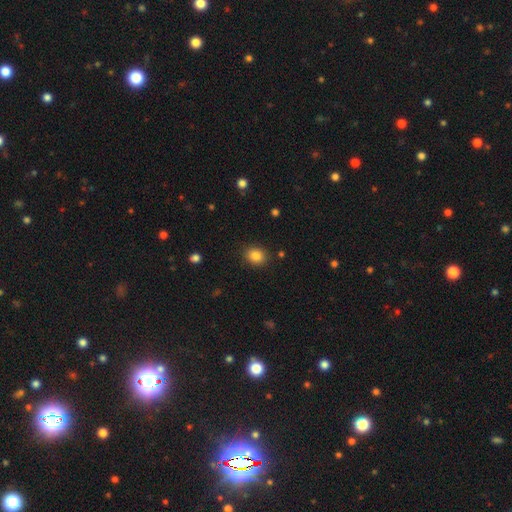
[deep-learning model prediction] This appears to be a smooth galaxy with no disk features (84%) that is round (62%). Merging: none (88%).